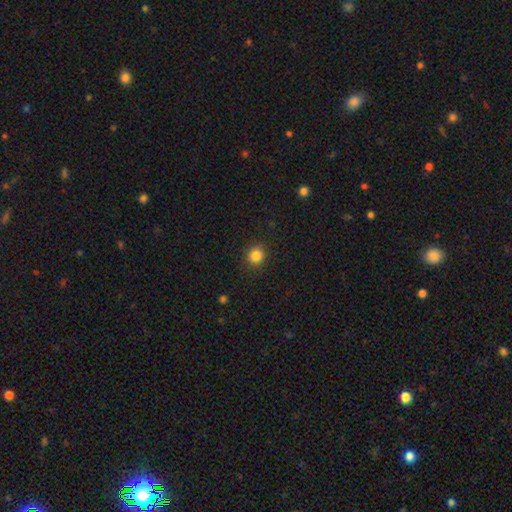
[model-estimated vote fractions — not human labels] This appears to be a smooth galaxy with no disk features (86%) that is round (89%). Merging: none (90%).